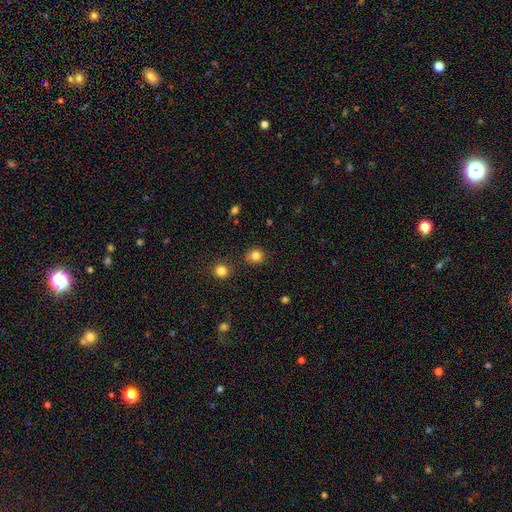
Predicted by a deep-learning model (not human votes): Smooth or featured? smooth (83%)
How rounded? round (85%)
Merging? none (82%)